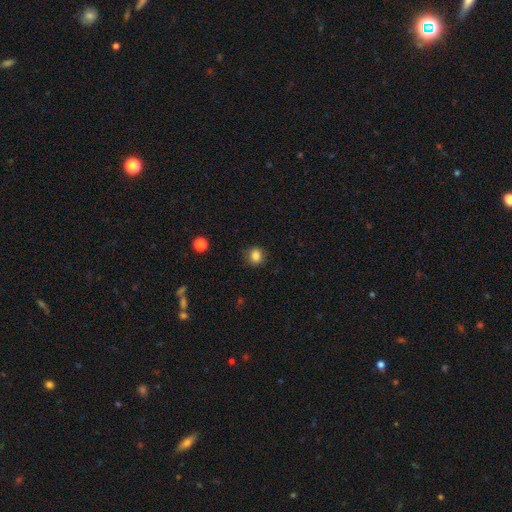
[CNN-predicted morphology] The model was most divided on "how rounded": round: 71%, in between: 28%, cigar-shaped: 1%. More confident: smooth or featured — smooth (84%); merging — none (80%).